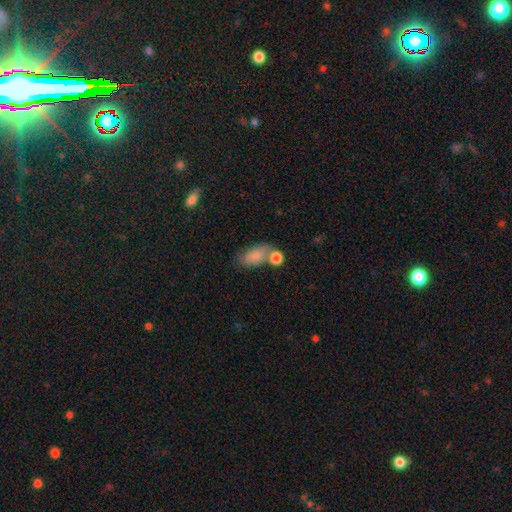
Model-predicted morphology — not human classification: This appears to be a smooth galaxy with no disk features (82%) that is in between round and cigar-shaped (88%). Merging: none (47%).